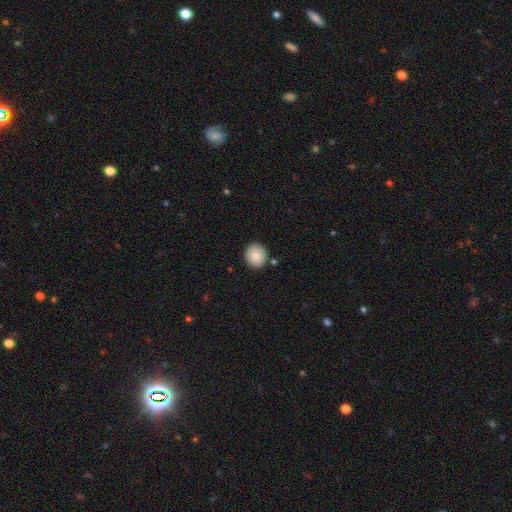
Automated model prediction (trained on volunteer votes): A smooth galaxy with no disk features (87%) that is round (80%). Merging: none (86%).